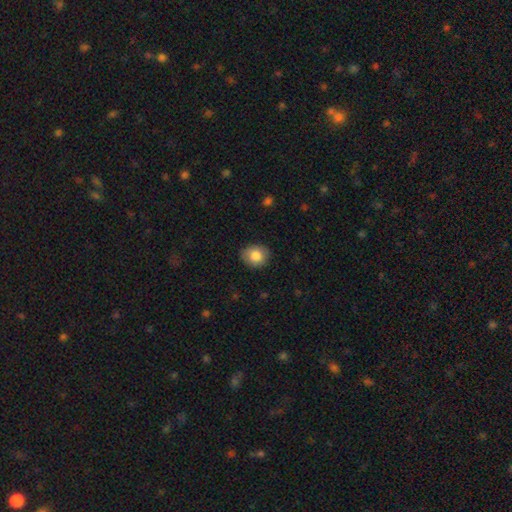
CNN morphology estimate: Smooth or featured? Predicted: smooth (p=0.83). How rounded? Predicted: round (p=0.67). Merging? Predicted: none (p=0.84).